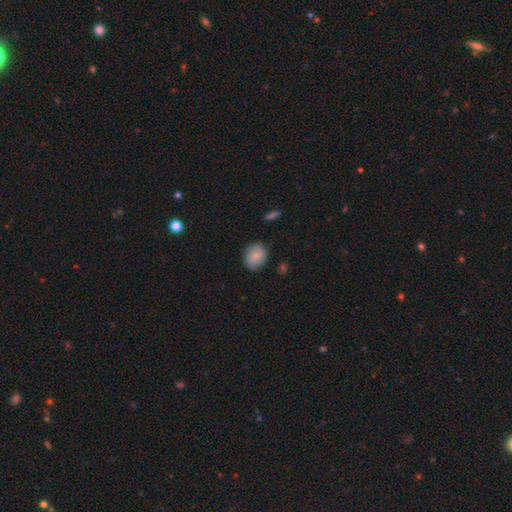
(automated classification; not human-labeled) A smooth galaxy with no disk features (79%) that is round (59%).

Vote fractions:
- Smooth or featured? smooth: 79% / featured or disk: 14% / star or artifact: 7%
- How rounded? round: 59% / in between: 40% / cigar-shaped: 1%
- Merging? none: 80% / minor disturbance: 16% / major disturbance: 3% / merger: 1%